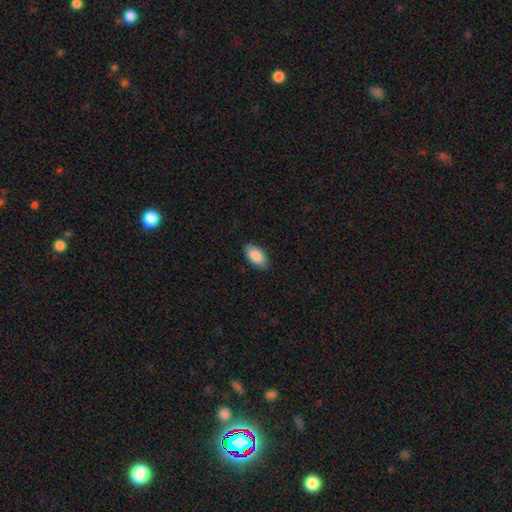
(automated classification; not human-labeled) This appears to be a smooth galaxy with no disk features (88%) that is in between round and cigar-shaped (94%). Merging: none (87%).